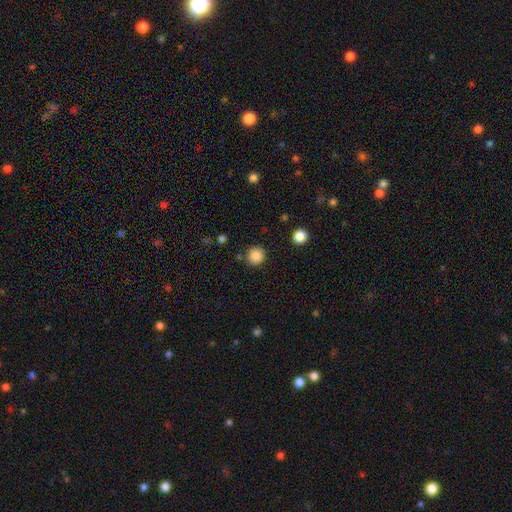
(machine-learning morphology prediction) Smooth or featured?
  - smooth: 87% *
  - star or artifact: 10%
  - featured or disk: 3%
How rounded?
  - round: 93% *
  - in between: 6%
  - cigar-shaped: 1%
Merging?
  - none: 86% *
  - minor disturbance: 8%
  - major disturbance: 3%
  - merger: 3%